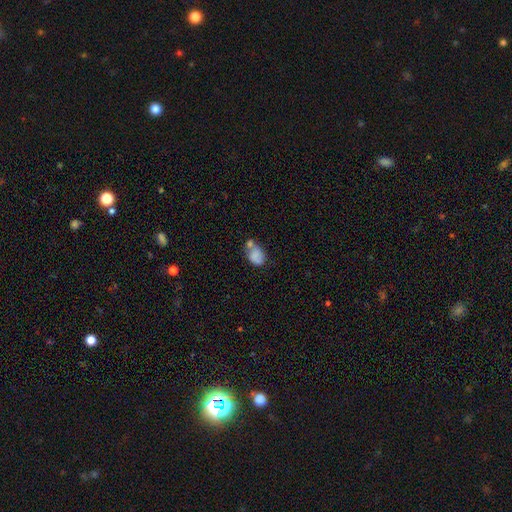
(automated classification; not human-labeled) This is likely a smooth galaxy (75%). How rounded: likely in between (73%). Merging: marginally merger (40%).